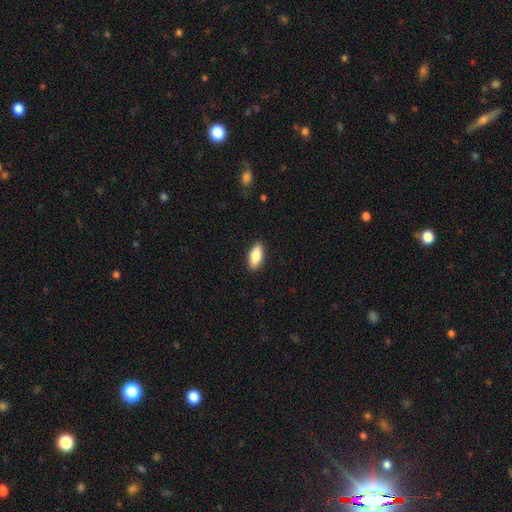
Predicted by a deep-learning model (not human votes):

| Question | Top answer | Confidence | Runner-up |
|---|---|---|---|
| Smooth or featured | smooth | 82% | featured or disk (12%) |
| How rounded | in between | 84% | cigar-shaped (13%) |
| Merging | none | 90% | minor disturbance (8%) |